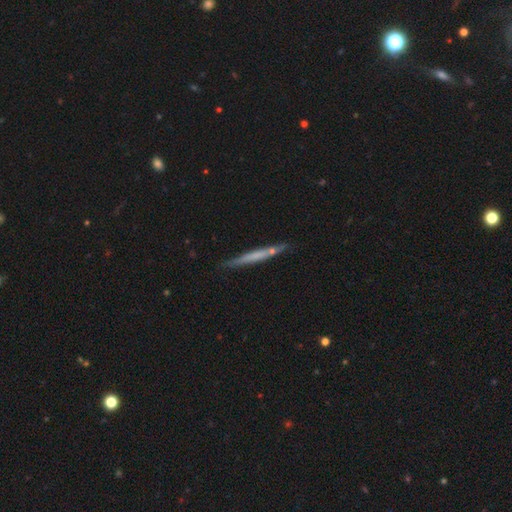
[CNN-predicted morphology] smooth_or_featured: smooth (p=0.48) [alt: featured or disk p=0.46]
merging: none (p=0.79) [alt: minor disturbance p=0.14]